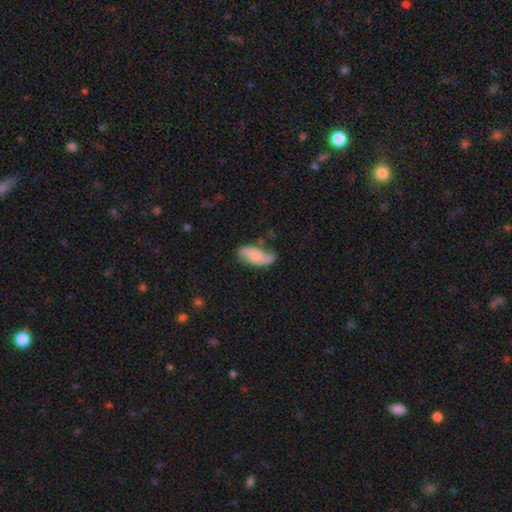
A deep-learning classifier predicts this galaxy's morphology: Overall: featured or disk (51%; smooth 41%). Edge-on disk: no (91%). Merging: none (59%; minor disturbance 26%).